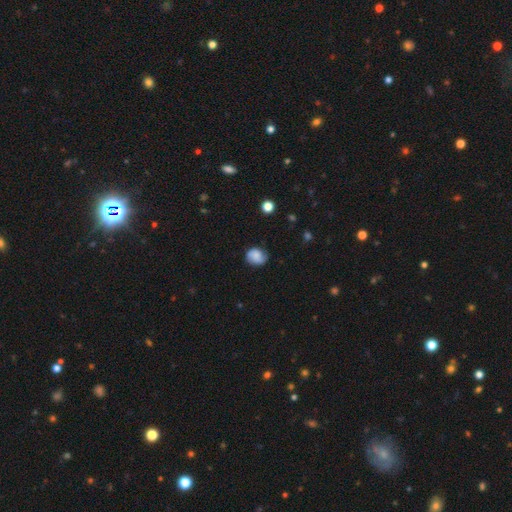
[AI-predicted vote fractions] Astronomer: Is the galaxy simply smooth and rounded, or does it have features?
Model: smooth — 65%.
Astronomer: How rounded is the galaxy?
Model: round — 60% (runner-up: in between, 39%).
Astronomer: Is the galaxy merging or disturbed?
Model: none — 75%.